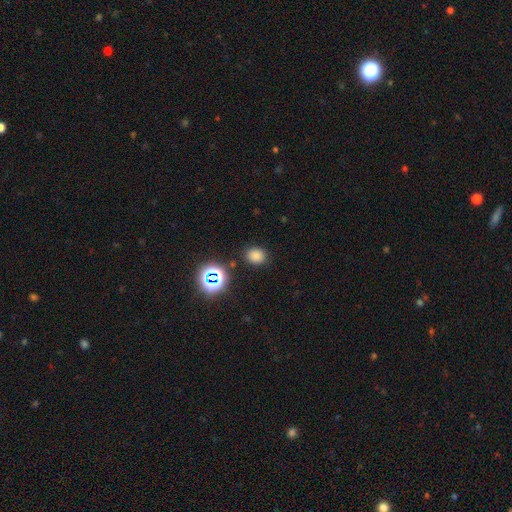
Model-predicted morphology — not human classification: Overall: smooth (75%). How rounded: round (58%; in between 41%). Merging: none (85%).